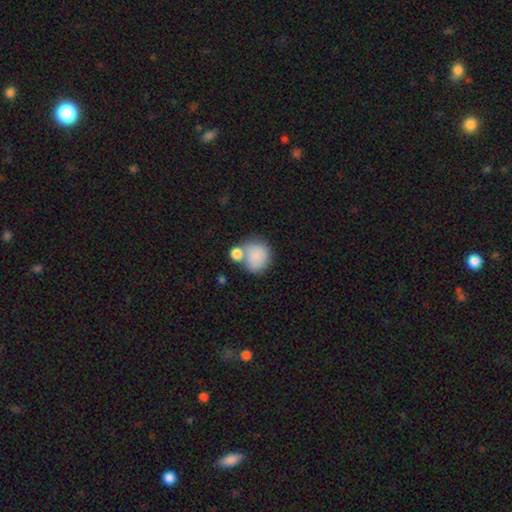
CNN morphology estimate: Smooth or featured?
  - smooth: 84% *
  - featured or disk: 9%
  - star or artifact: 8%
How rounded?
  - round: 72% *
  - in between: 27%
  - cigar-shaped: 1%
Merging?
  - none: 46% *
  - merger: 33%
  - minor disturbance: 14%
  - major disturbance: 6%